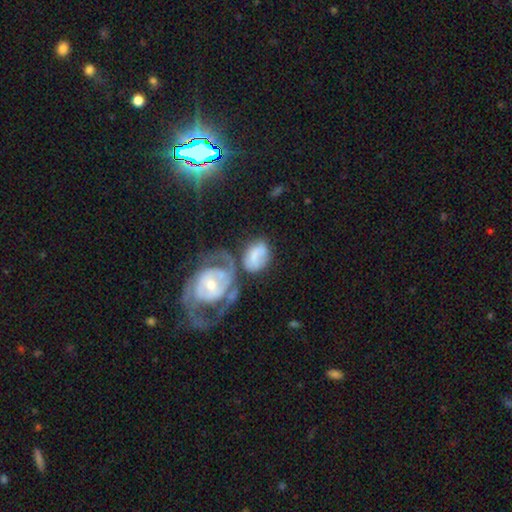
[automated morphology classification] type=smooth (54%); roundness=in between (65%); merging=merger (37%).